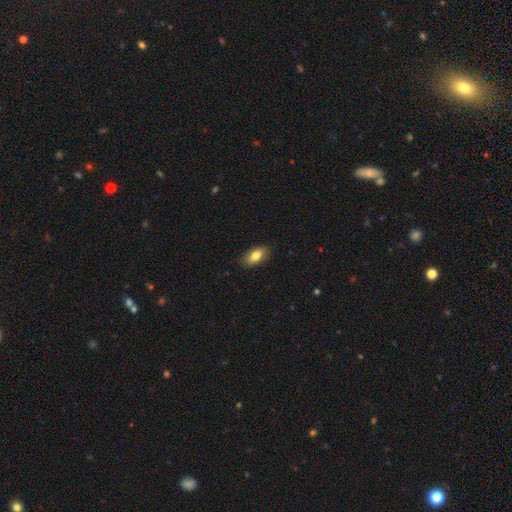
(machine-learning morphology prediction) smooth-or-featured: smooth: 79% | featured or disk: 14% | star or artifact: 7%
  how-rounded: in between: 90% | round: 5% | cigar-shaped: 5%
  merging: none: 86% | minor disturbance: 11% | major disturbance: 2% | merger: 1%